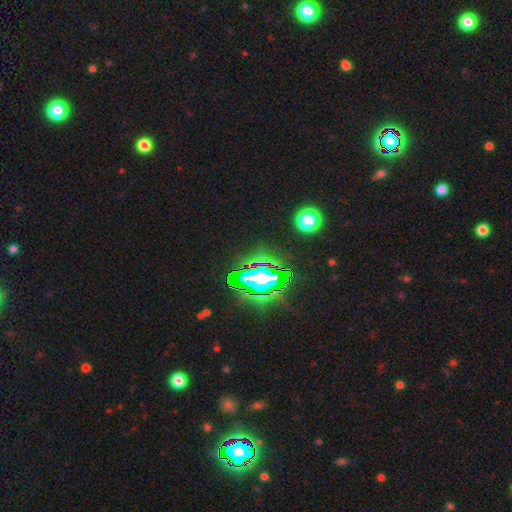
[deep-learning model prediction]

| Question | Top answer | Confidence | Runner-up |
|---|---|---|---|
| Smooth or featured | star or artifact | 76% | smooth (13%) |